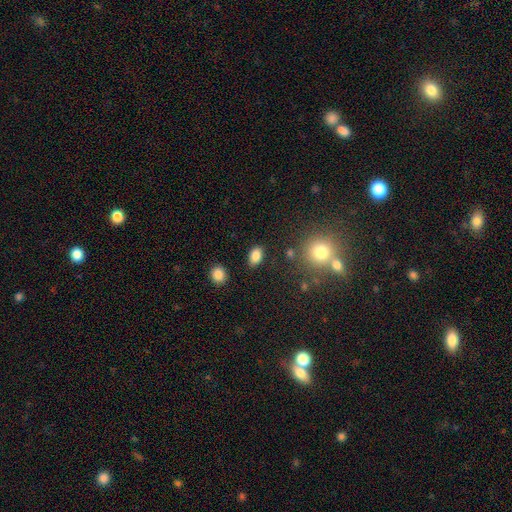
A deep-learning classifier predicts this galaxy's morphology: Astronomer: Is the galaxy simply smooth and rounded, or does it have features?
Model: smooth — 85%.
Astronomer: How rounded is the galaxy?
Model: in between — 87%.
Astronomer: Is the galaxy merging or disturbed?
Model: none — 84%.